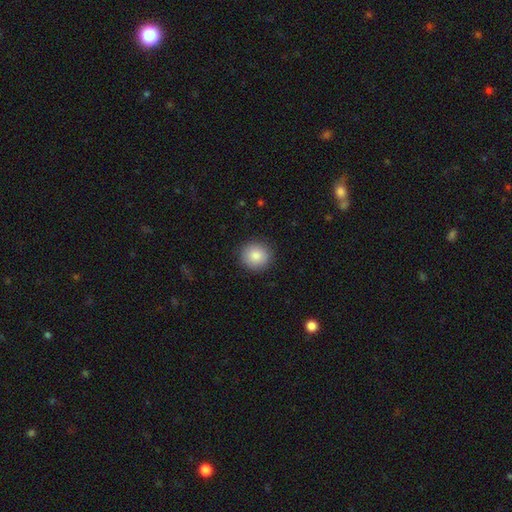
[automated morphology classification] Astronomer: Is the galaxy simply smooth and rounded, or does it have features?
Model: smooth — 85%.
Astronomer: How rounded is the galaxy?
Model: round — 92%.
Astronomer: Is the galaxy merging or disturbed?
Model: none — 90%.